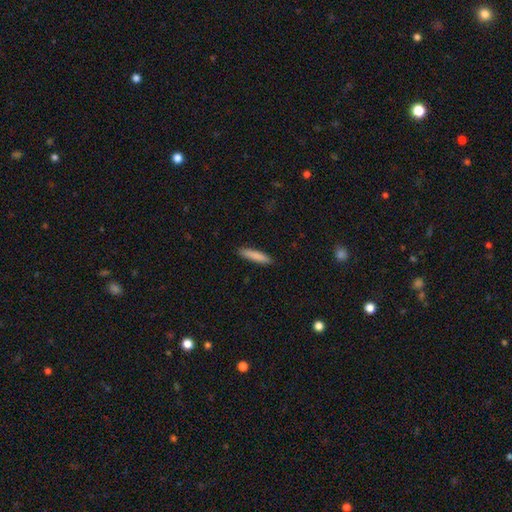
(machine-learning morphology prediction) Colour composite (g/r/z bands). It shows a smooth galaxy with no disk features (86%) that is cigar-shaped (87%). Merging: none (90%).